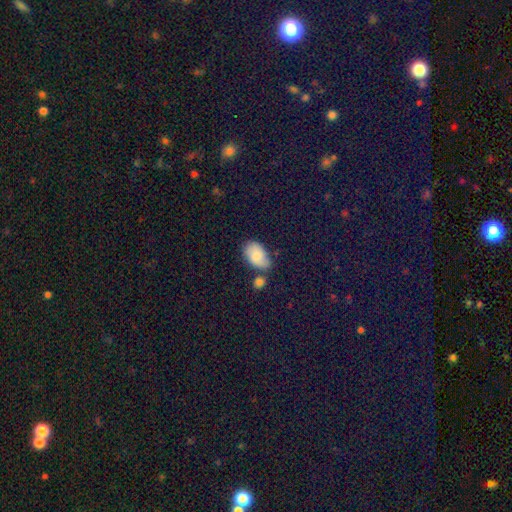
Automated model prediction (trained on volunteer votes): This is likely a smooth galaxy (72%). How rounded: clearly in between (92%). Merging: possibly none (58%).